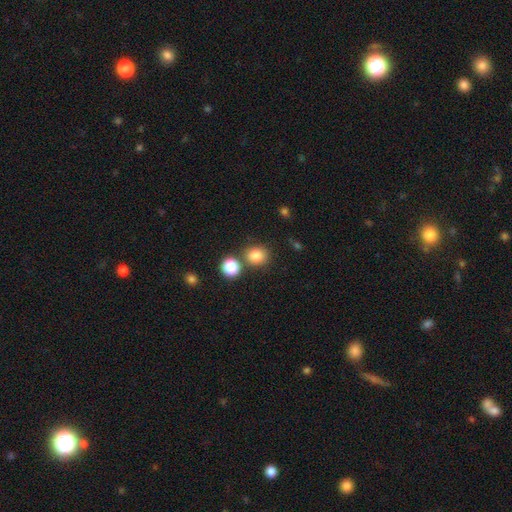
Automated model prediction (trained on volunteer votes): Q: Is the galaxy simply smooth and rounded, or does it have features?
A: smooth — 82%.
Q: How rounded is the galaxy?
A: round — 76%.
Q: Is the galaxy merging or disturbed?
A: none — 74%.